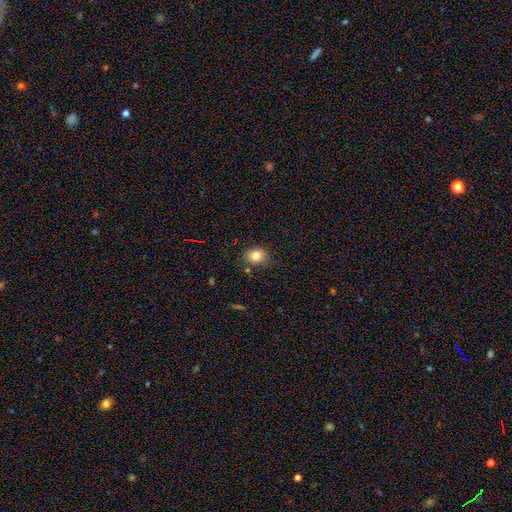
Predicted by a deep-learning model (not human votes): The model was most divided on "how rounded": round: 61%, in between: 39%, cigar-shaped: 1%. More confident: smooth or featured — smooth (80%); merging — none (77%).